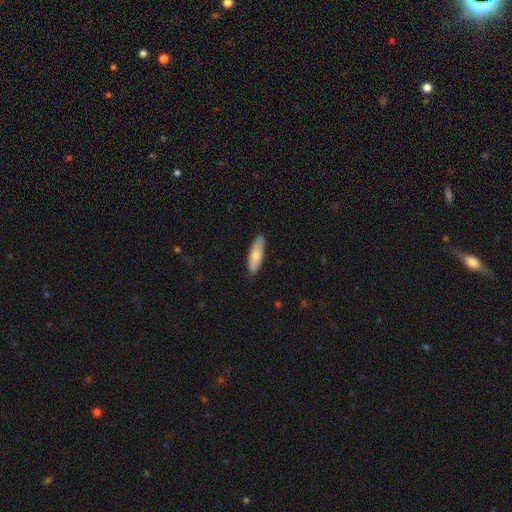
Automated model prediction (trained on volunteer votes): A smooth galaxy with no disk features (77%) that is cigar-shaped (51%).

Vote fractions:
- Smooth or featured? smooth: 77% / featured or disk: 18% / star or artifact: 5%
- How rounded? cigar-shaped: 51% / in between: 47% / round: 2%
- Merging? none: 84% / minor disturbance: 13% / major disturbance: 2% / merger: 1%